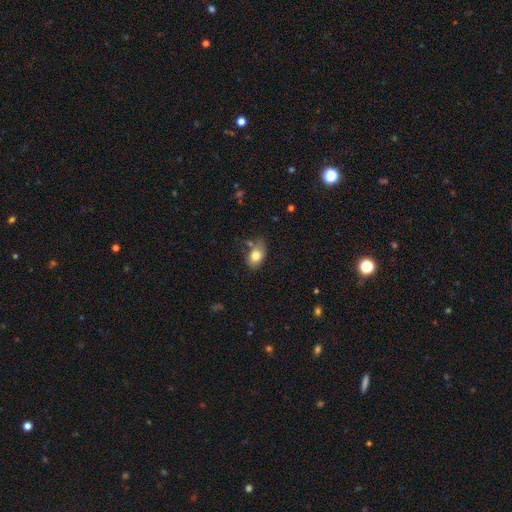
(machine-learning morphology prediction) smooth 80%, featured or disk 11%, star or artifact 9%. Down the decision tree: how rounded — in between (80%); merging — none (58%).